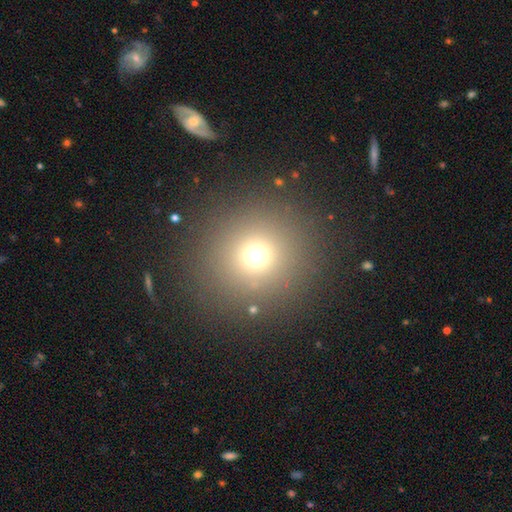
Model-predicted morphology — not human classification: type=smooth (69%); roundness=round (92%); merging=none (88%).